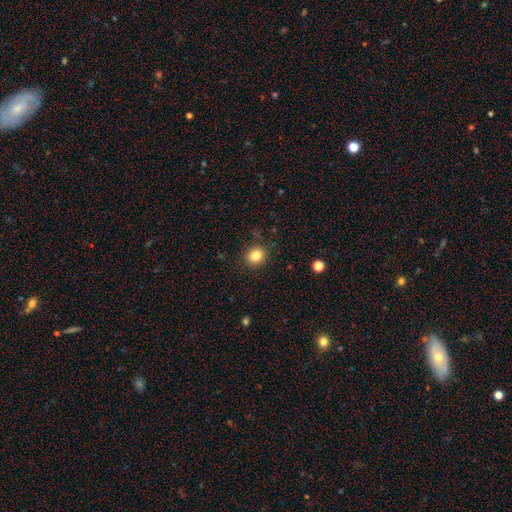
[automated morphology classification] smooth 82%, star or artifact 11%, featured or disk 6%. Down the decision tree: how rounded — round (83%); merging — none (88%).